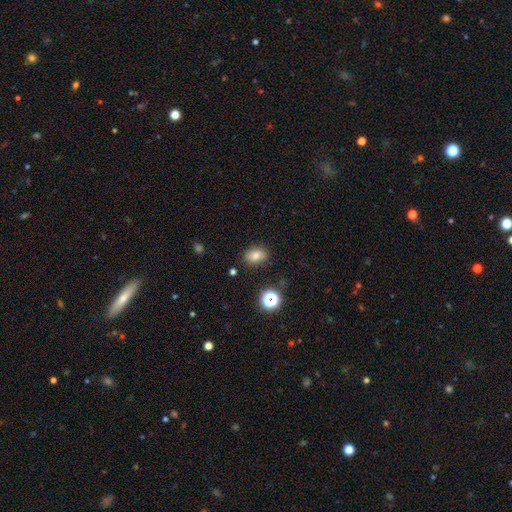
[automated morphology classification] Smooth or featured?
  - smooth: 79% *
  - star or artifact: 13%
  - featured or disk: 8%
How rounded?
  - in between: 79% *
  - round: 19%
  - cigar-shaped: 2%
Merging?
  - none: 83% *
  - minor disturbance: 12%
  - major disturbance: 3%
  - merger: 2%